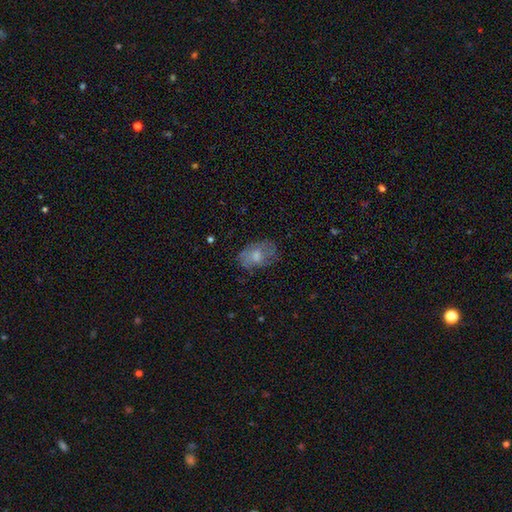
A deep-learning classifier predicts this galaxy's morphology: Smooth or featured? smooth (56%)
How rounded? in between (86%)
Merging? none (61%)